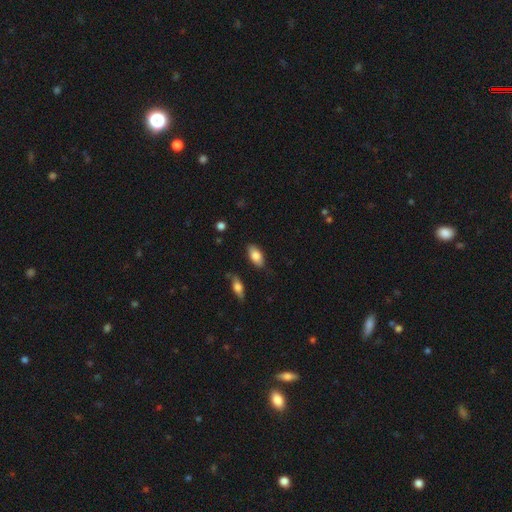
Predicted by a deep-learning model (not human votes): A smooth galaxy with no disk features (80%) that is in between round and cigar-shaped (91%). Merging: none (83%).